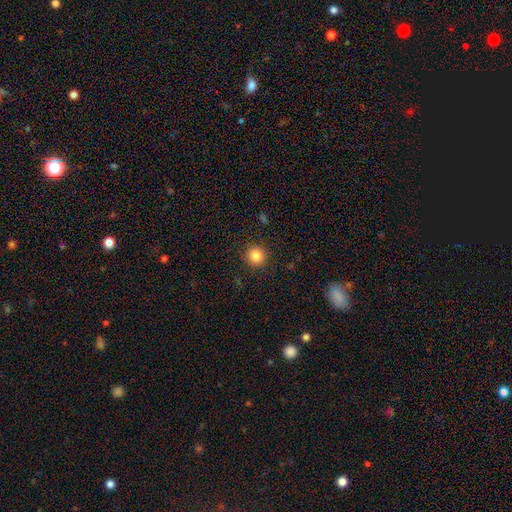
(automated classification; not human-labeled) Smooth or featured? Predicted: smooth (p=0.85). How rounded? Predicted: round (p=0.94). Merging? Predicted: none (p=0.91).